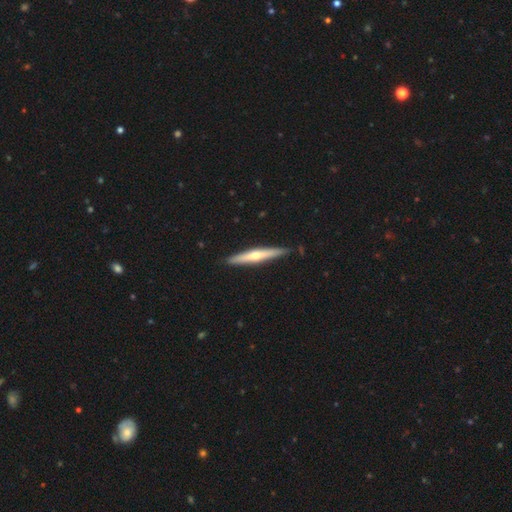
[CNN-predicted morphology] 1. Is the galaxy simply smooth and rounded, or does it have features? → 61% featured or disk, 33% smooth, 5% star or artifact.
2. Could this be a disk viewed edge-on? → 96% yes, 4% no.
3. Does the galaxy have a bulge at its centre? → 85% rounded, 12% none, 3% boxy.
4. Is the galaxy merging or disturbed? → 89% none, 8% minor disturbance, 1% major disturbance, 1% merger.